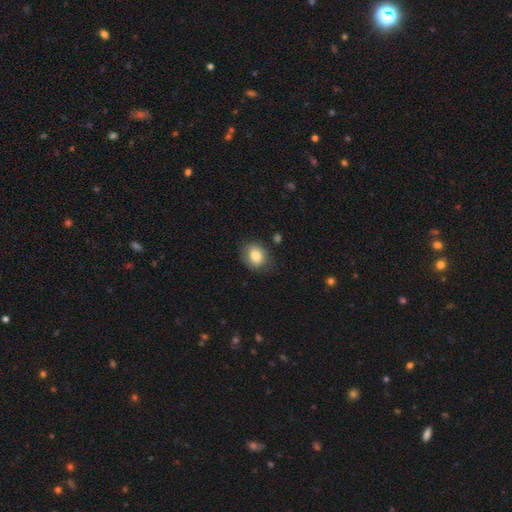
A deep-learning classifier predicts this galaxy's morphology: smooth_or_featured: smooth (p=0.81) [alt: featured or disk p=0.10]
how_rounded: in between (p=0.50) [alt: round p=0.49]
merging: none (p=0.76) [alt: minor disturbance p=0.17]